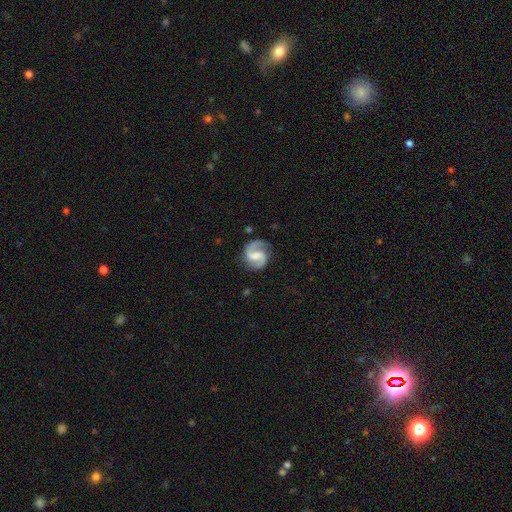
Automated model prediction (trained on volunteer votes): The model was most divided on "bulge size": none: 37%, small: 27%, moderate: 27%, large: 7%, dominant: 1%. More confident: edge-on disk — no (98%); spiral arms — yes (98%); spiral arm count — 2 (91%); smooth or featured — featured or disk (89%); merging — none (79%); spiral winding — medium (57%); bar — weak (50%).